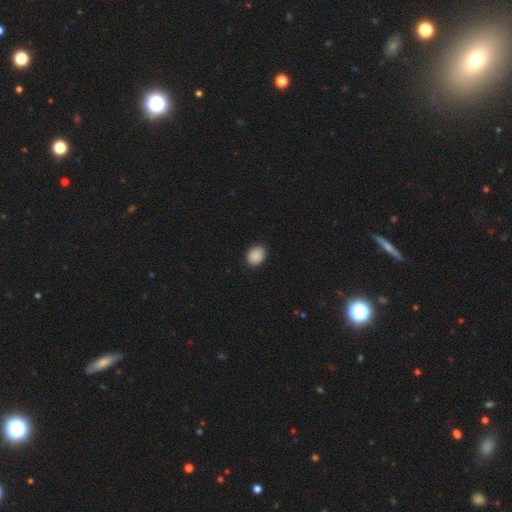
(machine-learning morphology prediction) Smooth or featured? Predicted: smooth (p=0.90). How rounded? Predicted: round (p=0.50). Merging? Predicted: none (p=0.88).